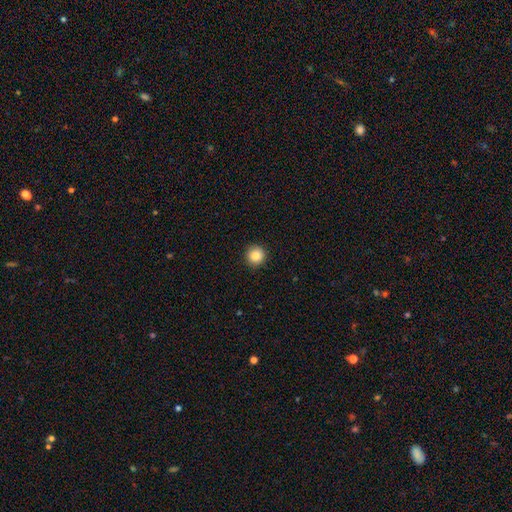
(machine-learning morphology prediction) A smooth galaxy with no disk features (87%) that is round (95%). Merging: none (92%).